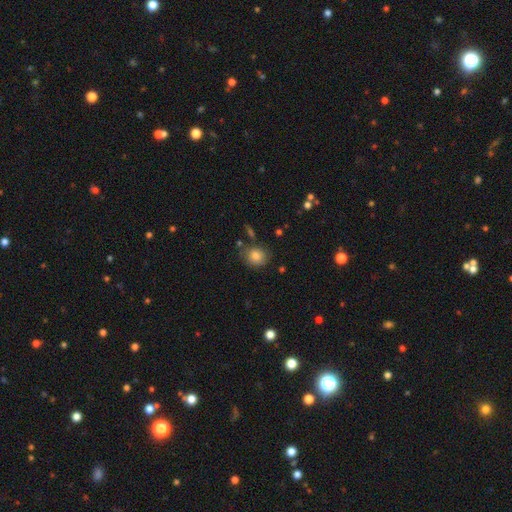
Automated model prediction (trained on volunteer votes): The model was most divided on "how rounded": round: 71%, in between: 28%, cigar-shaped: 1%. More confident: smooth or featured — smooth (81%); merging — none (71%).